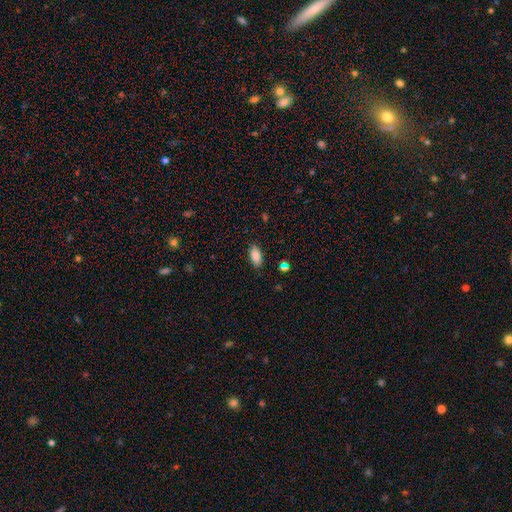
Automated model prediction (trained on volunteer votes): Morphology: type=smooth (86%); roundness=in between (90%); merging=none (85%).